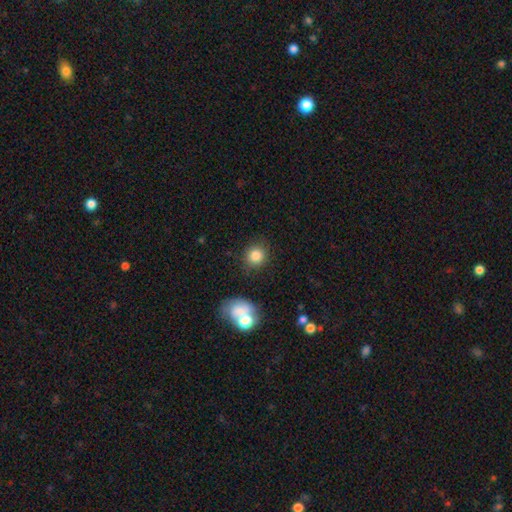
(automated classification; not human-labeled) Smooth or featured? smooth (84%)
How rounded? round (86%)
Merging? none (82%)